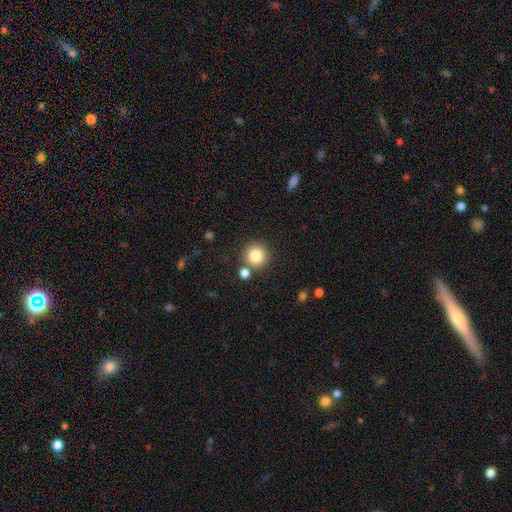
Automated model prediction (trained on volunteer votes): Smooth or featured: smooth — 83% (star or artifact — 11%)
How rounded: round — 94% (in between — 5%)
Merging: none — 79% (merger — 10%)